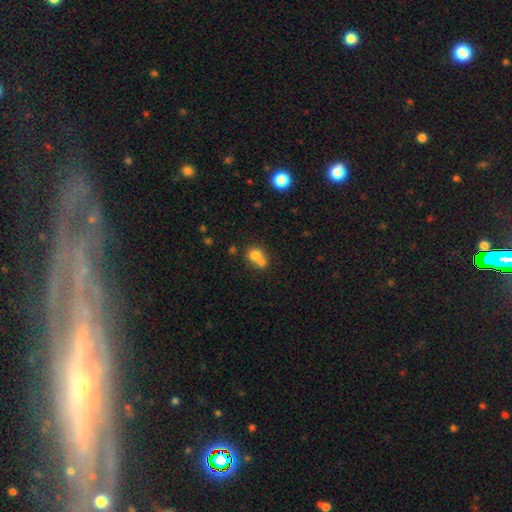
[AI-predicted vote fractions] Overall: smooth (74%). How rounded: round (72%). Merging: merger (58%; none 31%).